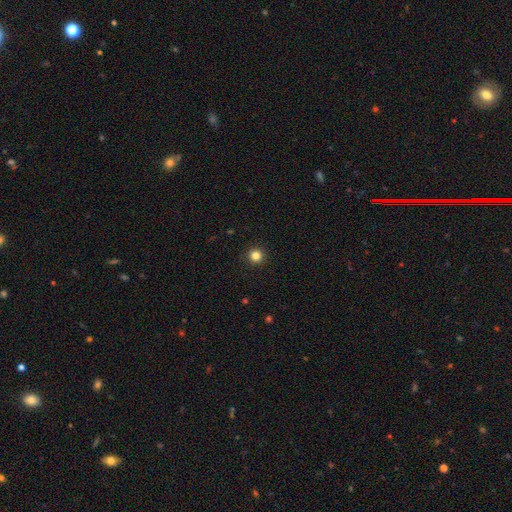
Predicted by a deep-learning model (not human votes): Overall: smooth (83%). How rounded: round (96%). Merging: none (93%).